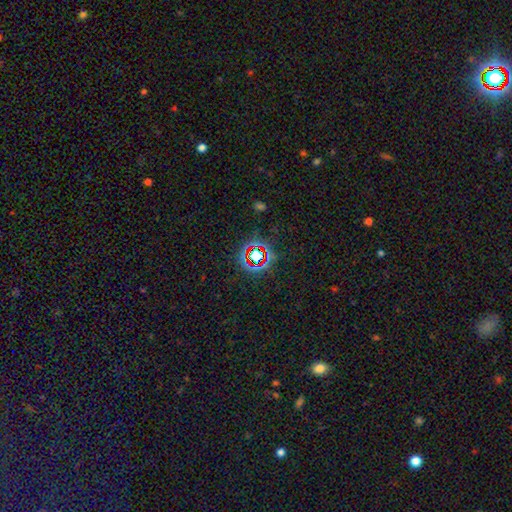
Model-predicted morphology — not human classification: A star or artifact, not a galaxy (75%).

Vote fractions:
- Smooth or featured? star or artifact: 75% / smooth: 15% / featured or disk: 10%